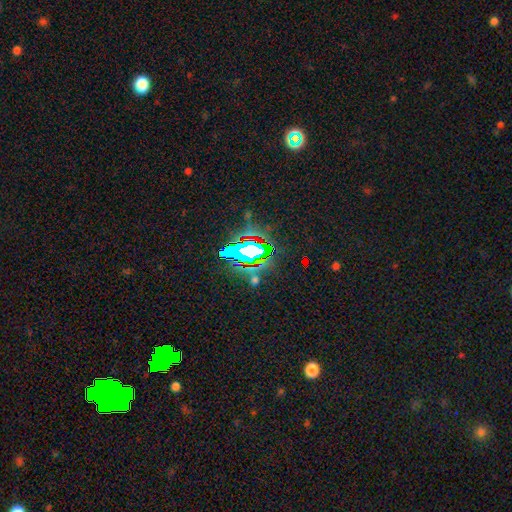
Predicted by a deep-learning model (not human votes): smooth_or_featured: star or artifact (p=0.80) [alt: smooth p=0.11]